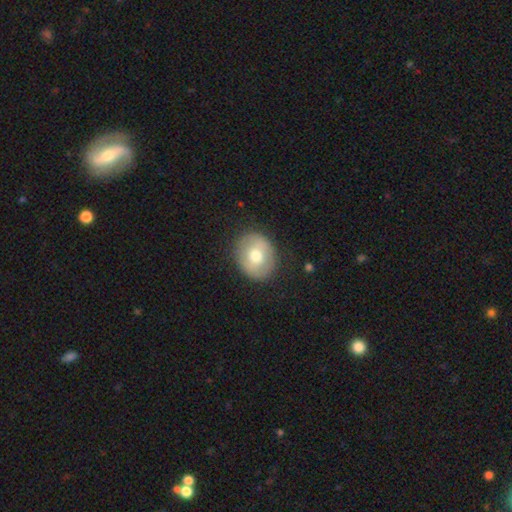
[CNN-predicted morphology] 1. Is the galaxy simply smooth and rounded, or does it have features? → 63% smooth, 30% featured or disk, 7% star or artifact.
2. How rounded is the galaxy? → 63% round, 36% in between, 1% cigar-shaped.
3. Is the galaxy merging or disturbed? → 85% none, 11% minor disturbance, 4% major disturbance, 1% merger.